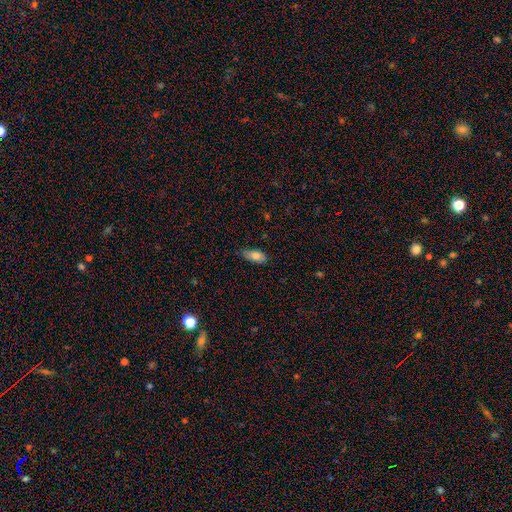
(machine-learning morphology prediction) This is likely a smooth galaxy (78%). How rounded: clearly in between (88%). Merging: likely none (73%).